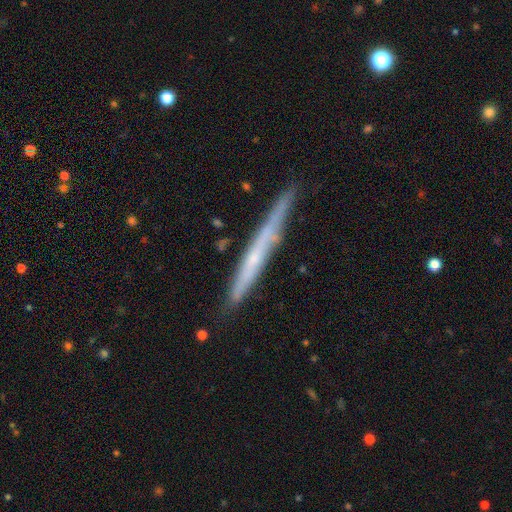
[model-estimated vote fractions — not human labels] Smooth or featured? Predicted: featured or disk (p=0.59). Edge-on disk? Predicted: yes (p=0.94). Edge-on bulge? Predicted: none (p=0.75). Merging? Predicted: none (p=0.81).